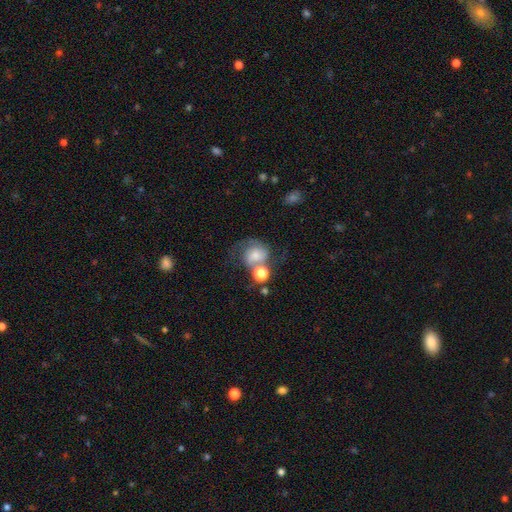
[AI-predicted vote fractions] The model was most divided on "merging": none: 35%, merger: 31%, minor disturbance: 18%, major disturbance: 17%. Remaining: smooth or featured — featured or disk (47%).